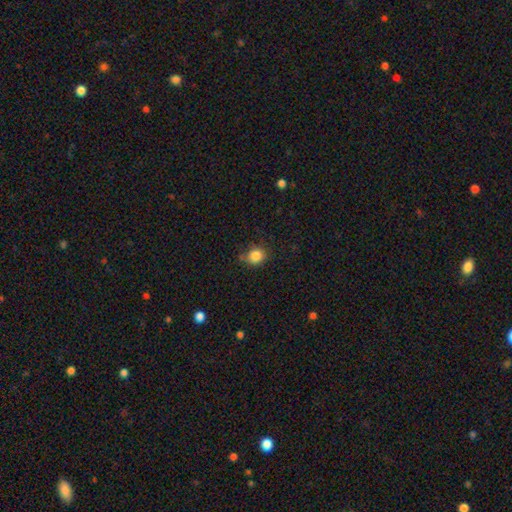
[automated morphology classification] Smooth or featured: smooth — 85% (star or artifact — 10%)
How rounded: round — 74% (in between — 25%)
Merging: none — 73% (minor disturbance — 19%)